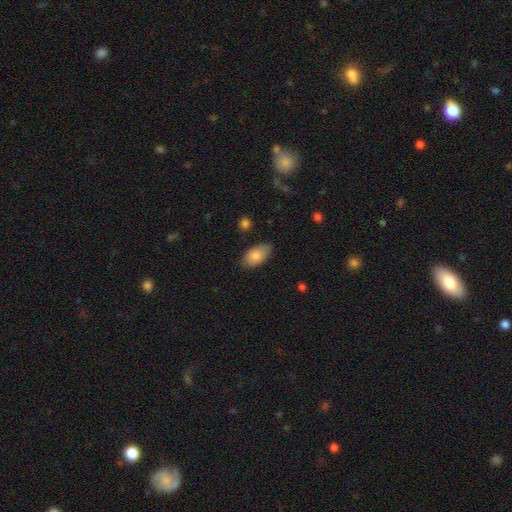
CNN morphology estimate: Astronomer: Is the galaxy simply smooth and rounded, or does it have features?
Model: smooth — 83%.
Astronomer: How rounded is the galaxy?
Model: in between — 93%.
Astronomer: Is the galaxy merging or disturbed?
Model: none — 77%.